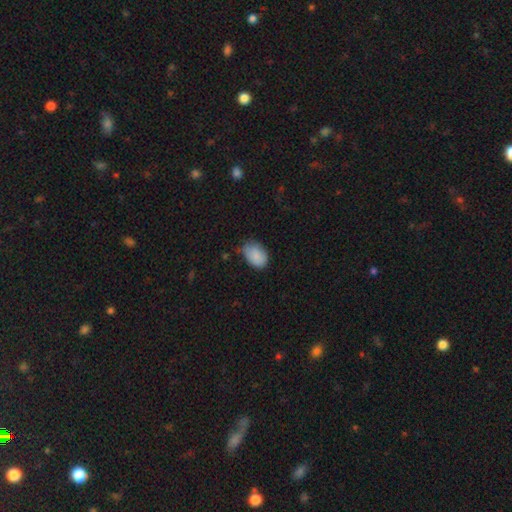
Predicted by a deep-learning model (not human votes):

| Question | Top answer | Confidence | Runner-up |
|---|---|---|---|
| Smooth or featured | smooth | 86% | featured or disk (7%) |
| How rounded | in between | 85% | round (14%) |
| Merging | none | 59% | minor disturbance (33%) |